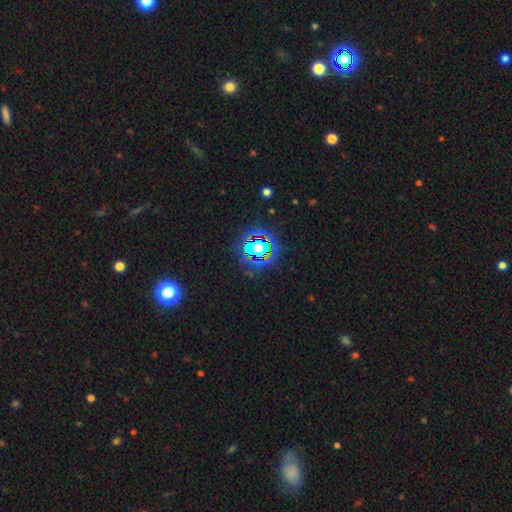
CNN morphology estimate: A star or artifact, not a galaxy (80%).

Vote fractions:
- Smooth or featured? star or artifact: 80% / smooth: 12% / featured or disk: 8%